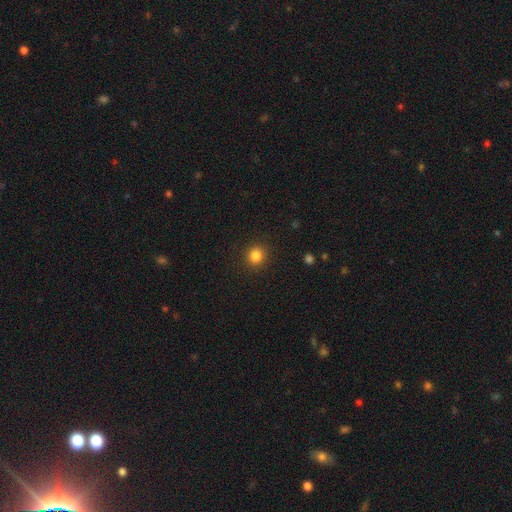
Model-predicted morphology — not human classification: Smooth or featured? smooth (84%)
How rounded? round (89%)
Merging? none (91%)